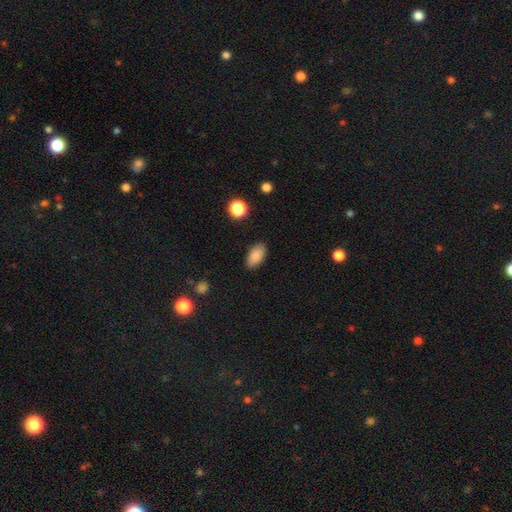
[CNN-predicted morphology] Smooth or featured? smooth (87%)
How rounded? in between (93%)
Merging? none (86%)